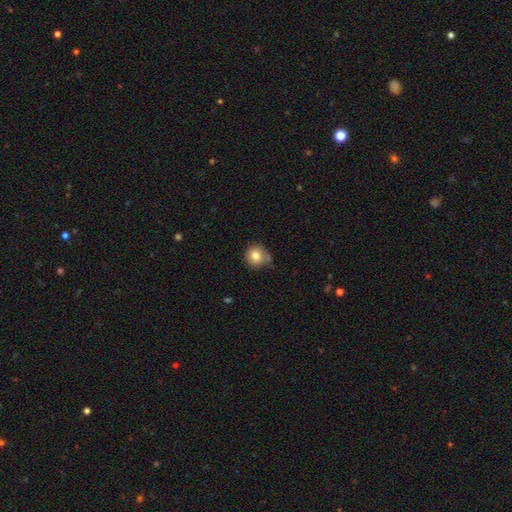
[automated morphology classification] This is clearly a smooth galaxy (81%). How rounded: clearly round (90%). Merging: likely none (67%).